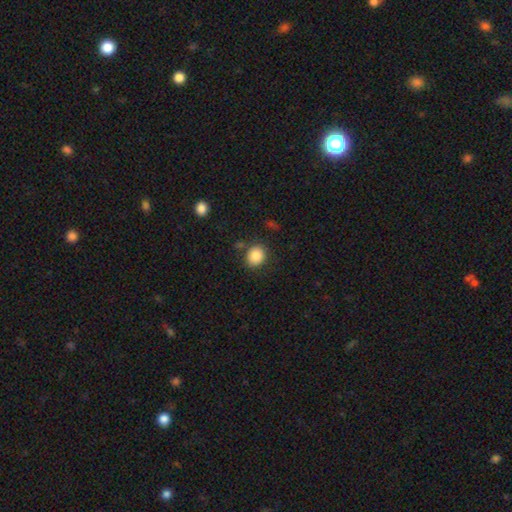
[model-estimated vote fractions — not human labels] smooth_or_featured: smooth (p=0.86) [alt: star or artifact p=0.09]
how_rounded: round (p=0.68) [alt: in between p=0.31]
merging: none (p=0.81) [alt: minor disturbance p=0.11]